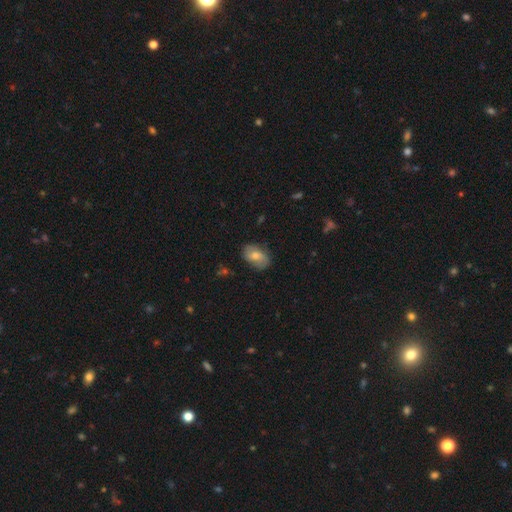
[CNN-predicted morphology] Q: Smooth or featured?
A: smooth (60%); runner-up: featured or disk (32%)
Q: How rounded?
A: in between (85%); runner-up: round (14%)
Q: Merging?
A: none (74%); runner-up: minor disturbance (19%)